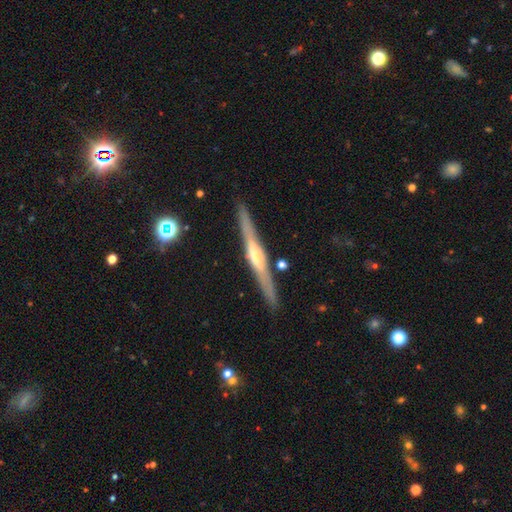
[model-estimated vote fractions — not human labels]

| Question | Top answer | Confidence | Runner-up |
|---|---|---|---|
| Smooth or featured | featured or disk | 74% | smooth (20%) |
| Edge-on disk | yes | 97% | no (3%) |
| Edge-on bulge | rounded | 73% | none (16%) |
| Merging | none | 88% | minor disturbance (8%) |